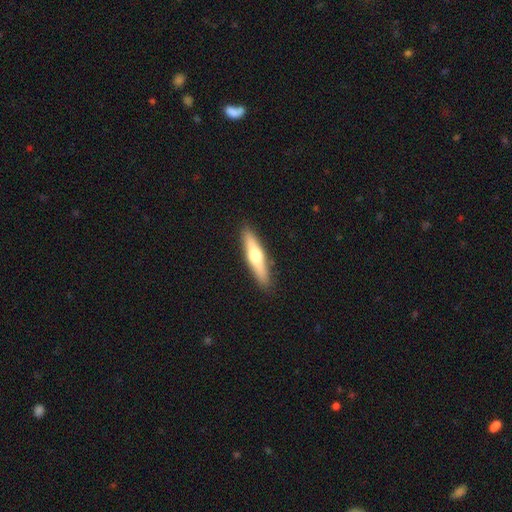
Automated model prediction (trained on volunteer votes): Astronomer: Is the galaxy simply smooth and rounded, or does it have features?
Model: smooth — 49% (runner-up: featured or disk, 45%).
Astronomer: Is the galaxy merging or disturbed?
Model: none — 90%.